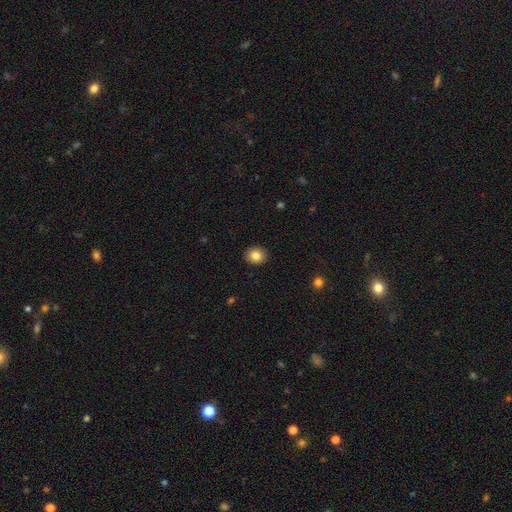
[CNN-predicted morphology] The model was most divided on "how rounded": round: 70%, in between: 29%, cigar-shaped: 1%. More confident: merging — none (91%); smooth or featured — smooth (83%).